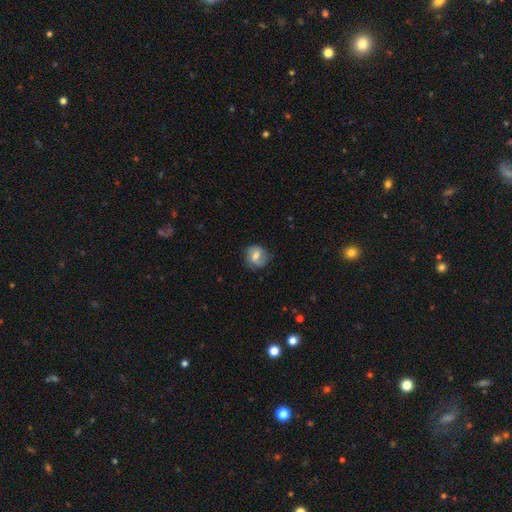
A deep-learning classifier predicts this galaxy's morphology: A smooth galaxy with no disk features (51%) that is round (74%).

Vote fractions:
- Smooth or featured? smooth: 51% / featured or disk: 41% / star or artifact: 8%
- How rounded? round: 74% / in between: 25% / cigar-shaped: 1%
- Merging? none: 72% / minor disturbance: 20% / major disturbance: 7% / merger: 1%